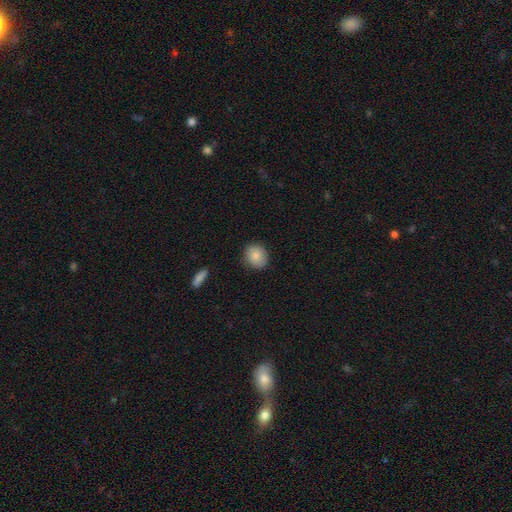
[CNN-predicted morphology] Smooth or featured? Predicted: smooth (p=0.84). How rounded? Predicted: round (p=0.73). Merging? Predicted: none (p=0.85).